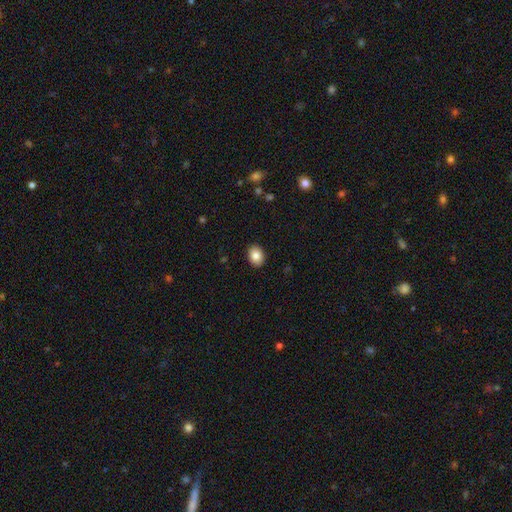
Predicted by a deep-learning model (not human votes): smooth 85%, star or artifact 8%, featured or disk 7%. Down the decision tree: how rounded — in between (66%); merging — none (91%).